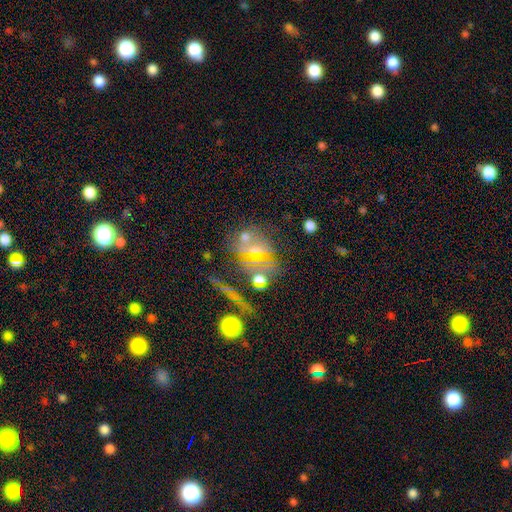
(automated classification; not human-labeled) Smooth or featured? star or artifact (38%)